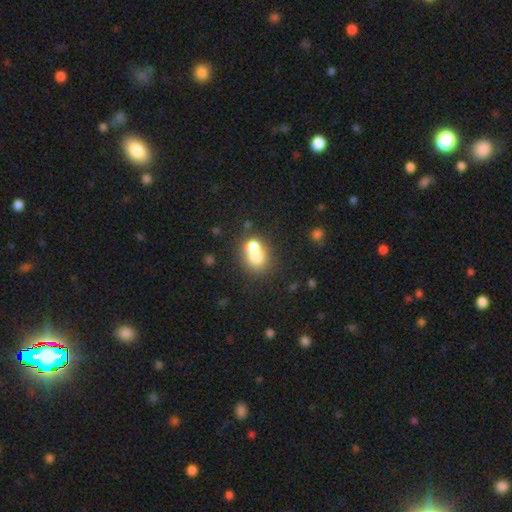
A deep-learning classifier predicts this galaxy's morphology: This appears to be a smooth galaxy with no disk features (68%) that is round (63%). Merging: merger (62%).